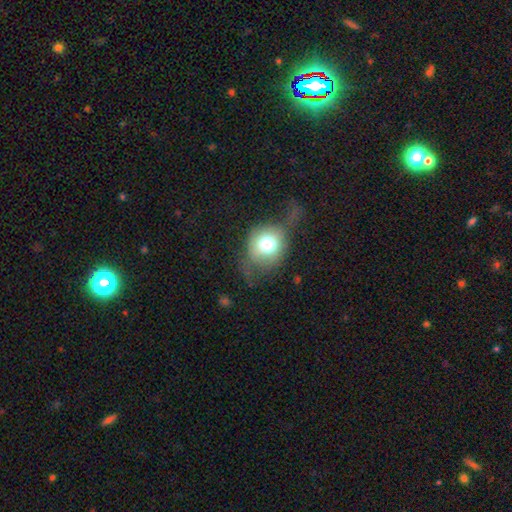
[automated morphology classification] Overall: smooth (59%; featured or disk 28%). How rounded: round (64%; in between 34%). Merging: none (43%; minor disturbance 29%).